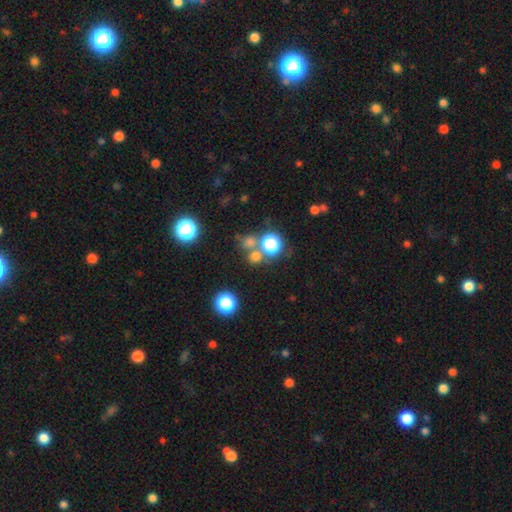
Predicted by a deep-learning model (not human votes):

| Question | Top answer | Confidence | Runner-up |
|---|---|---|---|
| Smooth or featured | smooth | 64% | star or artifact (29%) |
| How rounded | round | 89% | in between (10%) |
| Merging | none | 64% | merger (25%) |